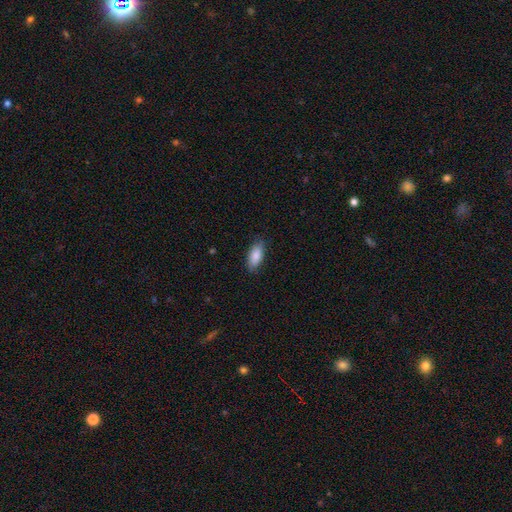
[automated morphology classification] Smooth or featured? smooth (86%)
How rounded? in between (83%)
Merging? none (82%)